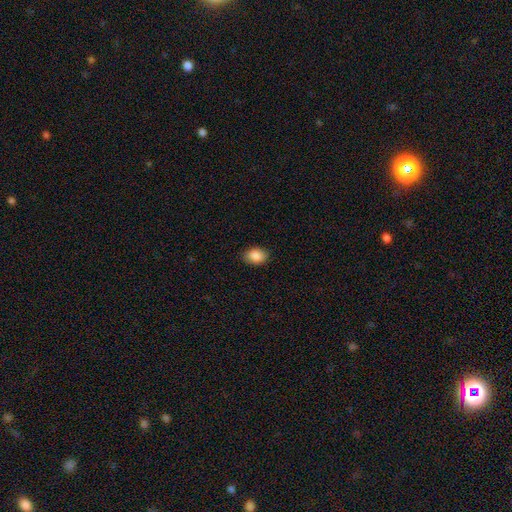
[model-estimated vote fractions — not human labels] This appears to be a smooth galaxy with no disk features (88%) that is in between round and cigar-shaped (76%). Merging: none (85%).